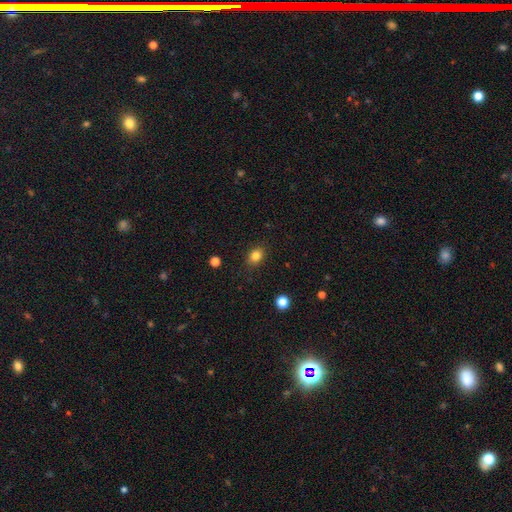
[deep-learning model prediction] A smooth galaxy with no disk features (82%) that is in between round and cigar-shaped (56%). Merging: none (86%).